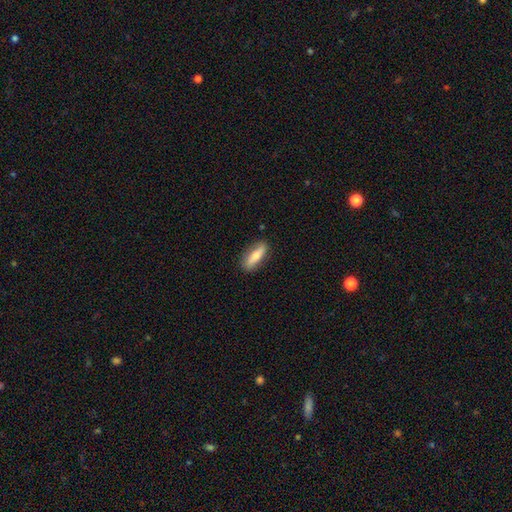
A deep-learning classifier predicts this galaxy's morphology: A smooth galaxy with no disk features (67%) that is in between round and cigar-shaped (51%).

Vote fractions:
- Smooth or featured? smooth: 67% / featured or disk: 27% / star or artifact: 6%
- How rounded? in between: 51% / cigar-shaped: 47% / round: 3%
- Merging? none: 85% / minor disturbance: 11% / major disturbance: 2% / merger: 1%